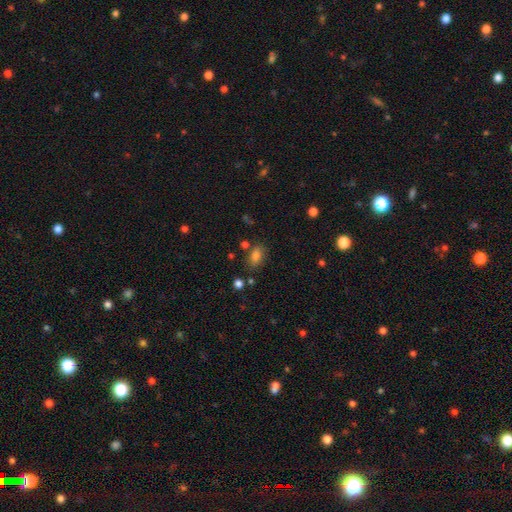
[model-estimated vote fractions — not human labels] smooth_or_featured: smooth (p=0.81) [alt: star or artifact p=0.11]
how_rounded: in between (p=0.86) [alt: round p=0.09]
merging: none (p=0.76) [alt: minor disturbance p=0.14]